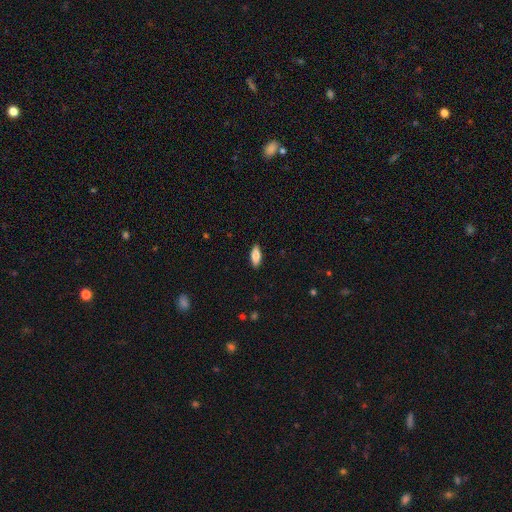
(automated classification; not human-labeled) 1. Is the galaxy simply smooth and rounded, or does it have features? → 84% smooth, 10% featured or disk, 6% star or artifact.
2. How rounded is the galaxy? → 78% in between, 20% cigar-shaped, 2% round.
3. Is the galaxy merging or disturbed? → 89% none, 9% minor disturbance, 2% major disturbance, 1% merger.